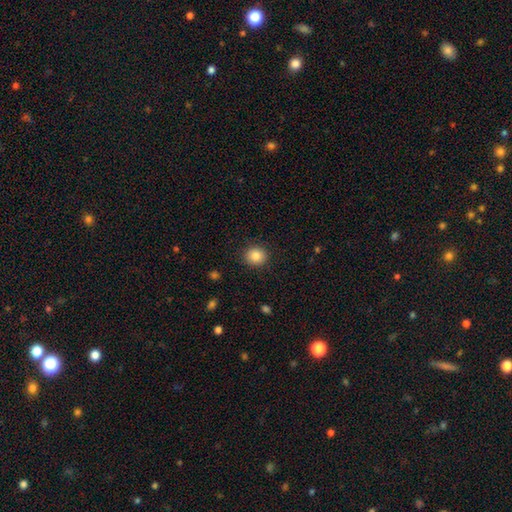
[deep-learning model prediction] Q: Smooth or featured?
A: smooth (84%); runner-up: star or artifact (10%)
Q: How rounded?
A: round (87%); runner-up: in between (12%)
Q: Merging?
A: none (89%); runner-up: minor disturbance (7%)